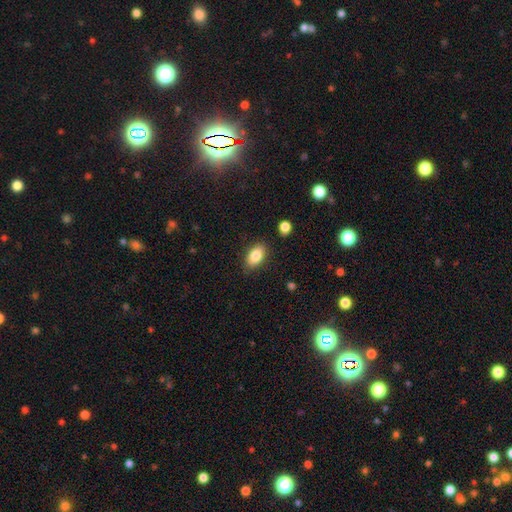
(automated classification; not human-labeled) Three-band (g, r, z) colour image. It shows a smooth galaxy with no disk features (84%) that is in between round and cigar-shaped (90%). Merging: none (85%).